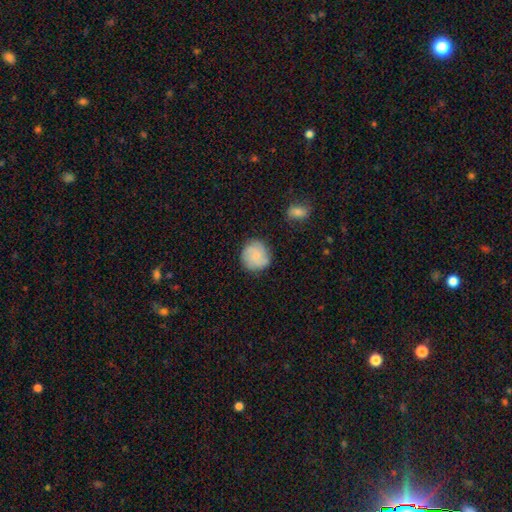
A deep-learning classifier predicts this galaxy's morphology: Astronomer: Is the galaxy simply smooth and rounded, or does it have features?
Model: smooth — 63%.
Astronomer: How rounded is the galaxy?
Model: round — 90%.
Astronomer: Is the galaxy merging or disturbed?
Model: none — 80%.